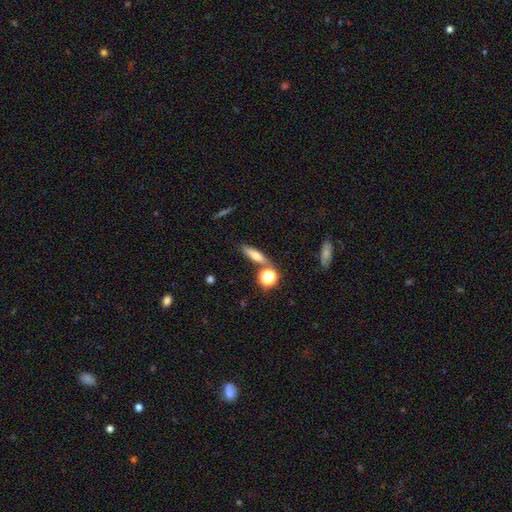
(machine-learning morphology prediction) This appears to be a smooth galaxy with no disk features (64%) that is cigar-shaped (60%). Merging: none (70%).